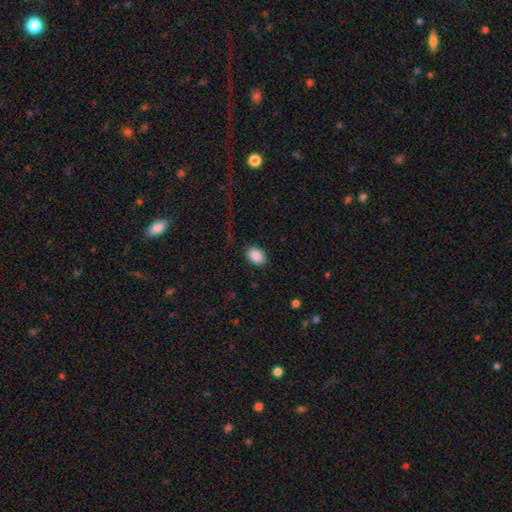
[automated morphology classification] This appears to be a smooth galaxy with no disk features (89%) that is in between round and cigar-shaped (79%). Merging: none (87%).